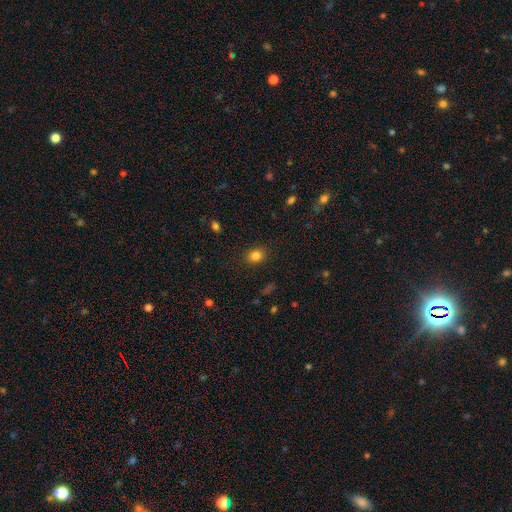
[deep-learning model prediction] The model was most divided on "how rounded": round: 52%, in between: 47%, cigar-shaped: 1%. More confident: merging — none (87%); smooth or featured — smooth (83%).